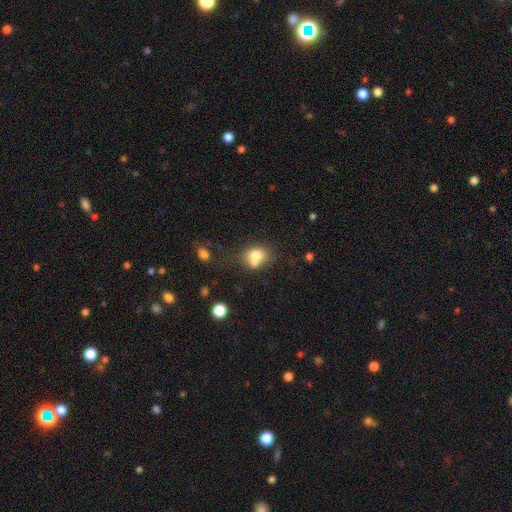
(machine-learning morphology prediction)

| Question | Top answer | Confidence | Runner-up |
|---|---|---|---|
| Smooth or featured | smooth | 73% | featured or disk (15%) |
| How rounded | round | 52% | in between (47%) |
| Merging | none | 38% | merger (36%) |